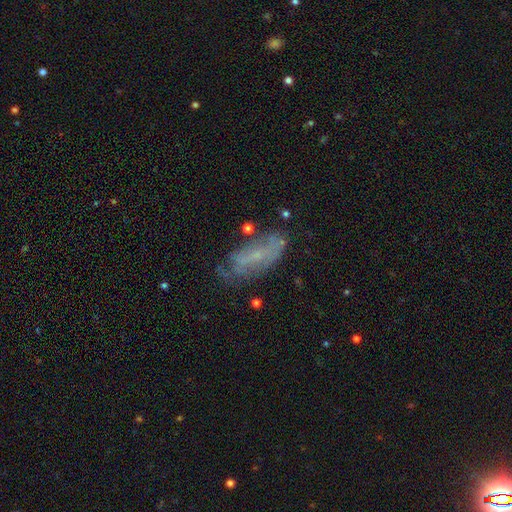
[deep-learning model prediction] Smooth or featured? Predicted: featured or disk (p=0.51). Edge-on disk? Predicted: no (p=0.84). Merging? Predicted: none (p=0.56).